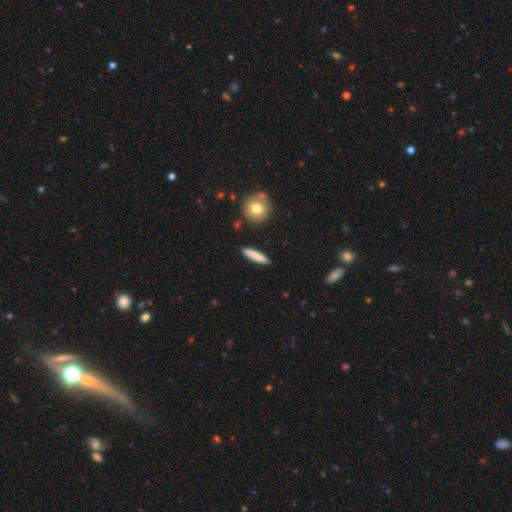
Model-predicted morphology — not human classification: The model was most divided on "smooth or featured": smooth: 80%, featured or disk: 14%, star or artifact: 6%. More confident: merging — none (90%); how rounded — cigar-shaped (89%).